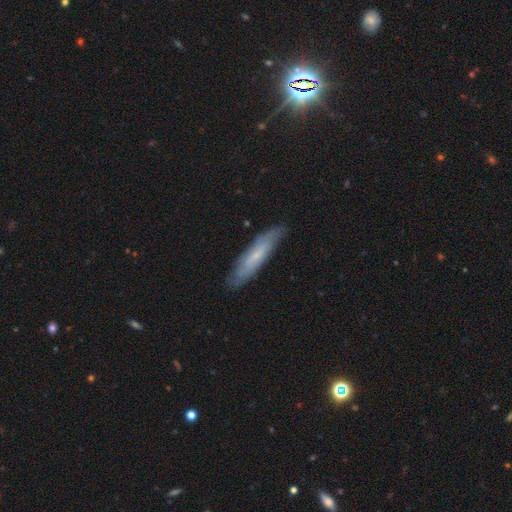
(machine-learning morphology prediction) This appears to be a smooth galaxy with no disk features (51%) that is cigar-shaped (83%). Merging: none (84%).